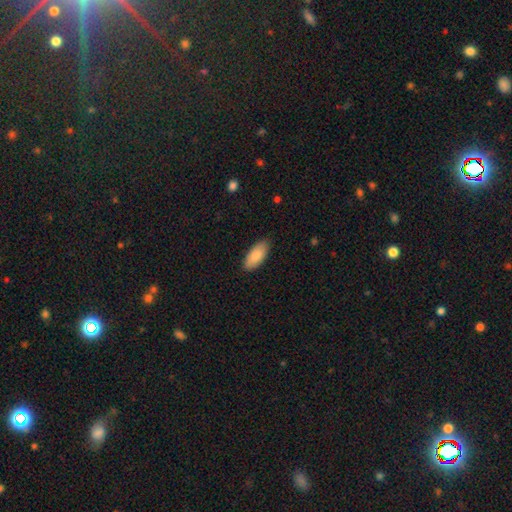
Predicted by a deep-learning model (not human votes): This is clearly a smooth galaxy (86%). How rounded: clearly in between (89%). Merging: clearly none (85%).